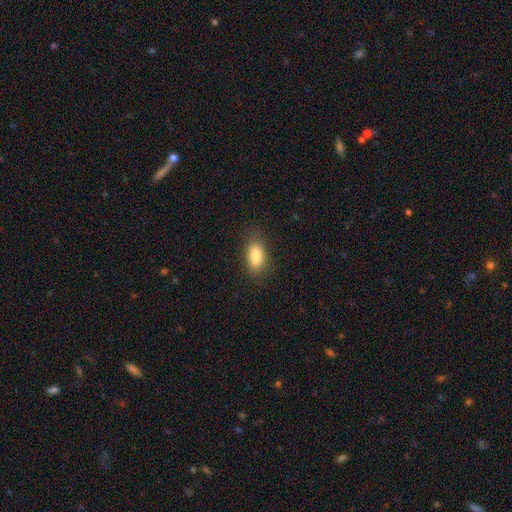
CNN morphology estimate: Smooth or featured? Predicted: smooth (p=0.86). How rounded? Predicted: in between (p=0.83). Merging? Predicted: none (p=0.83).